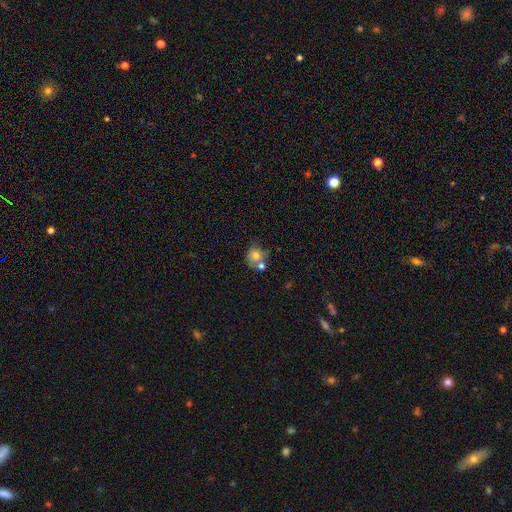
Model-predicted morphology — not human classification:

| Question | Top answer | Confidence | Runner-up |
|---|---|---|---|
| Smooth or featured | smooth | 69% | featured or disk (21%) |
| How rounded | round | 76% | in between (23%) |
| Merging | none | 40% | merger (36%) |